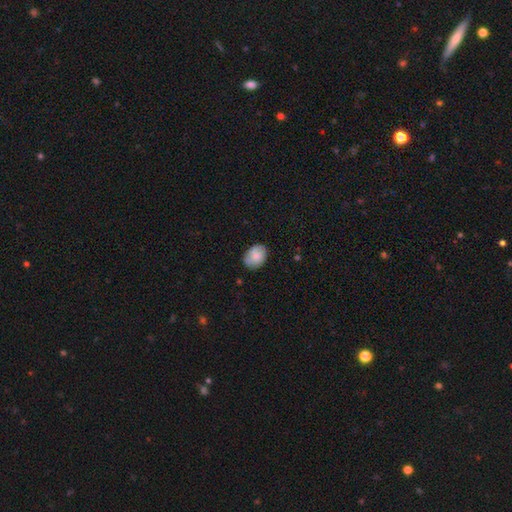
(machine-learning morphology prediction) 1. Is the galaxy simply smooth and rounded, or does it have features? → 74% smooth, 19% featured or disk, 7% star or artifact.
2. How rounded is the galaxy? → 69% in between, 30% round, 1% cigar-shaped.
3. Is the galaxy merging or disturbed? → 76% none, 20% minor disturbance, 4% major disturbance, 1% merger.